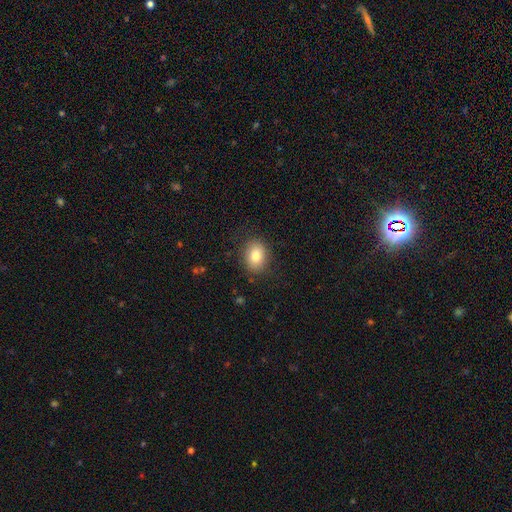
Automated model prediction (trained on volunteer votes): This appears to be a smooth galaxy with no disk features (81%) that is in between round and cigar-shaped (53%). Merging: none (85%).